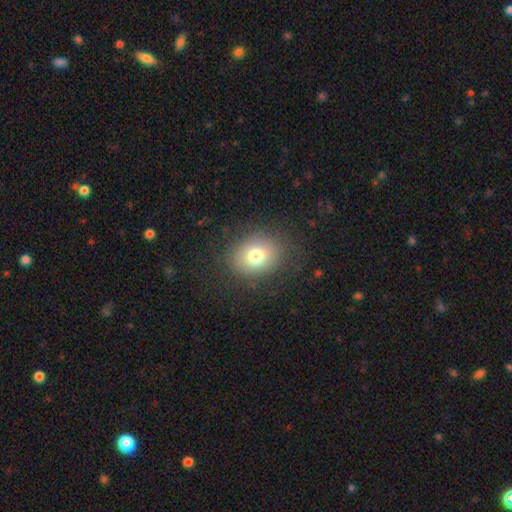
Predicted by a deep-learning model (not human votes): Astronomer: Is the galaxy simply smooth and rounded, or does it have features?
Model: smooth — 75%.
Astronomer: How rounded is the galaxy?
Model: round — 57% (runner-up: in between, 42%).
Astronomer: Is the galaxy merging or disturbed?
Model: none — 82%.